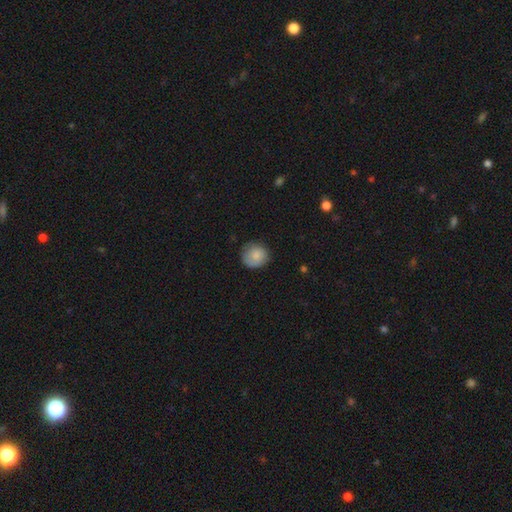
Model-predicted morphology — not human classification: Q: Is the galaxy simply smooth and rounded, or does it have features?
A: smooth — 83%.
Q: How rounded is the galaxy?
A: round — 88%.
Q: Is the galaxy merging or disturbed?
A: none — 76%.